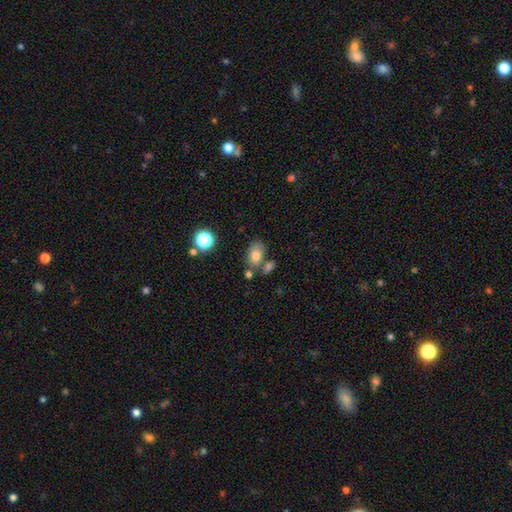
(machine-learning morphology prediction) Smooth or featured: smooth — 75% (featured or disk — 14%)
How rounded: in between — 82% (round — 16%)
Merging: none — 55% (merger — 20%)